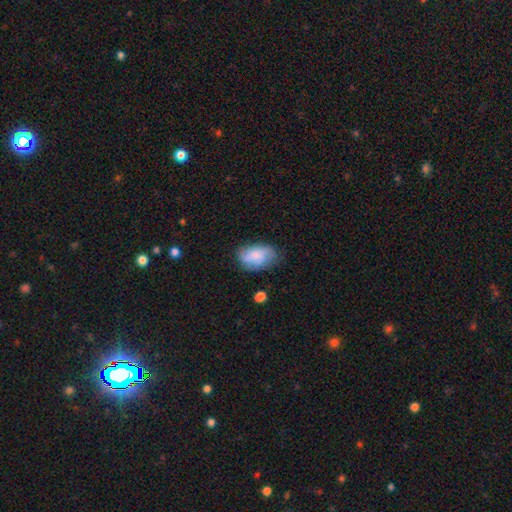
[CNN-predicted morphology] The model was most divided on "merging": none: 64%, minor disturbance: 26%, major disturbance: 7%, merger: 3%. More confident: how rounded — in between (90%); smooth or featured — smooth (74%).